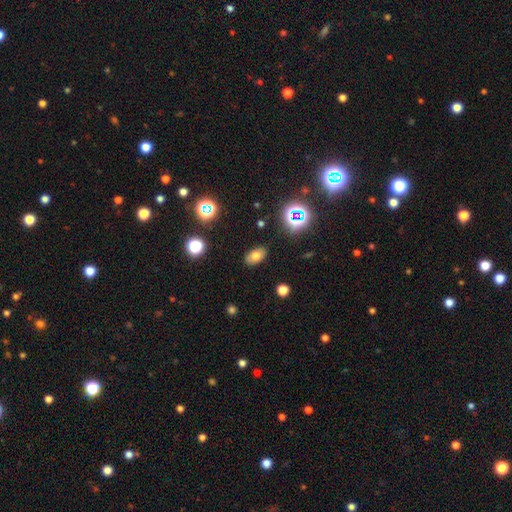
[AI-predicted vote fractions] Smooth or featured? Predicted: smooth (p=0.70). How rounded? Predicted: in between (p=0.89). Merging? Predicted: none (p=0.87).